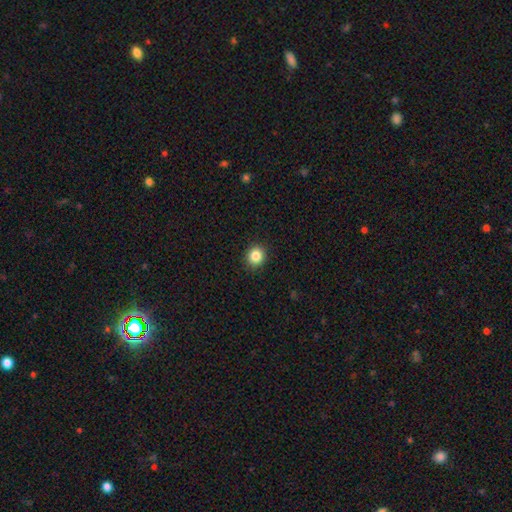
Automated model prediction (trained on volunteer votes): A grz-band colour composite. It shows a smooth galaxy with no disk features (85%) that is round (85%). Merging: none (92%).